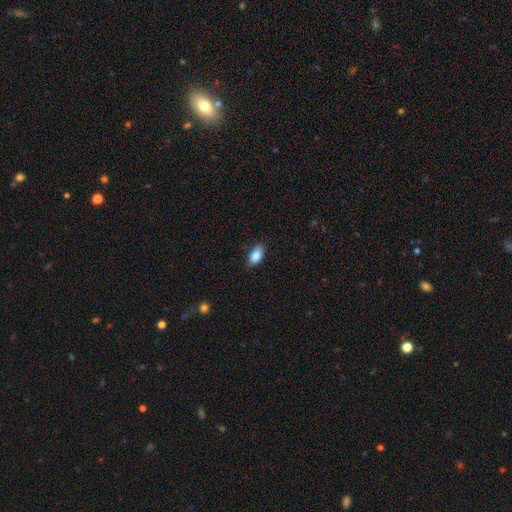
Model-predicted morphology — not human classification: Overall: smooth (83%). How rounded: in between (90%). Merging: none (86%).